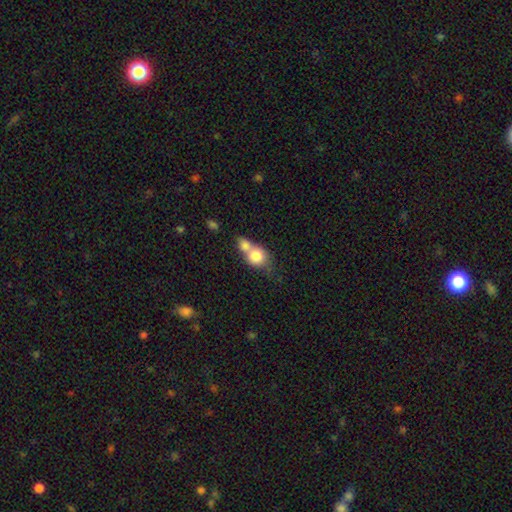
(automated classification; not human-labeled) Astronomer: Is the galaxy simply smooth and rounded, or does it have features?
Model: smooth — 76%.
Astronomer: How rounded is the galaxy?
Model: round — 68%.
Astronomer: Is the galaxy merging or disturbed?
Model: merger — 69%.